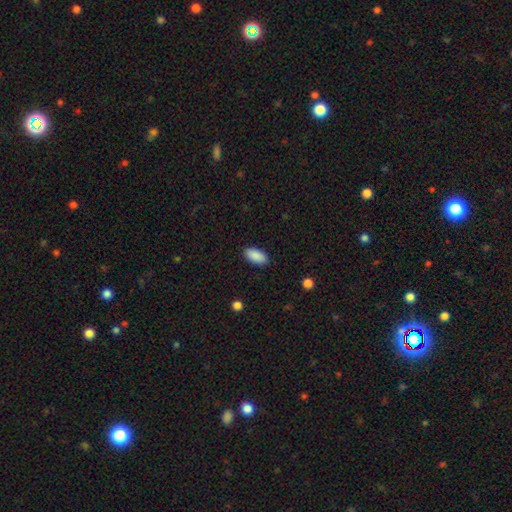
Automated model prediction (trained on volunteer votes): Smooth or featured: smooth — 90% (star or artifact — 7%)
How rounded: in between — 93% (cigar-shaped — 4%)
Merging: none — 88% (minor disturbance — 8%)